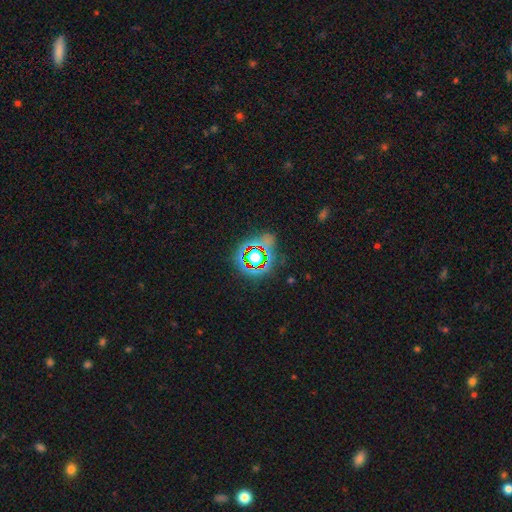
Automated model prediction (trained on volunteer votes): Morphology: type=star or artifact (75%).